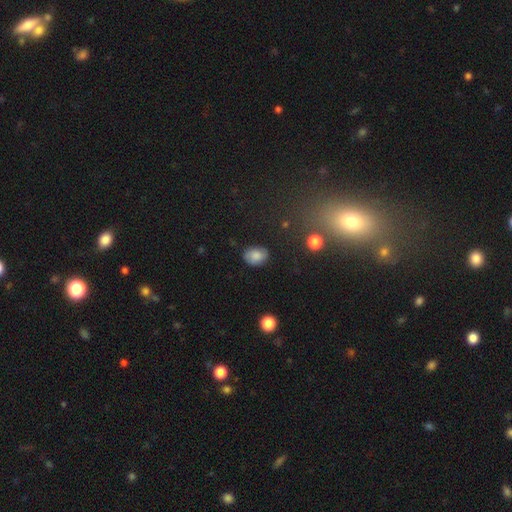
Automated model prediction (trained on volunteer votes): smooth 79%, featured or disk 12%, star or artifact 9%. Down the decision tree: how rounded — in between (69%); merging — none (80%).